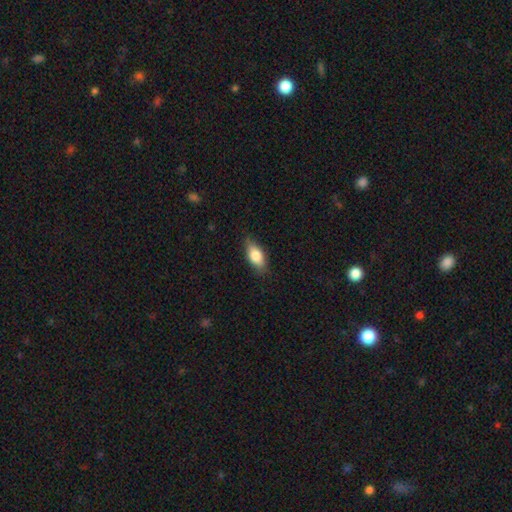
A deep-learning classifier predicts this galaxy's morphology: Q: Smooth or featured?
A: smooth (78%); runner-up: featured or disk (15%)
Q: How rounded?
A: in between (85%); runner-up: cigar-shaped (11%)
Q: Merging?
A: none (79%); runner-up: minor disturbance (17%)